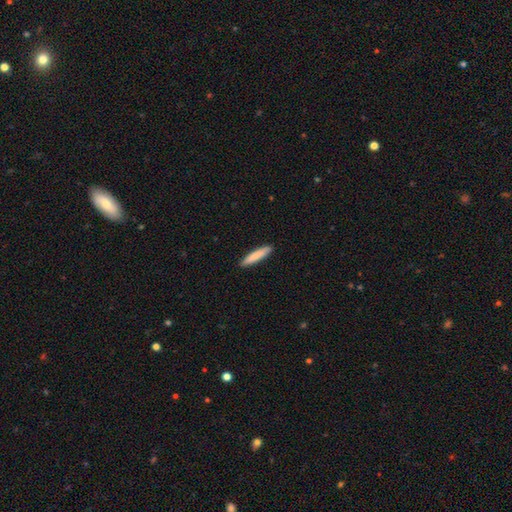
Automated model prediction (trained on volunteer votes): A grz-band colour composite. It shows a smooth galaxy with no disk features (84%) that is cigar-shaped (89%). Merging: none (90%).